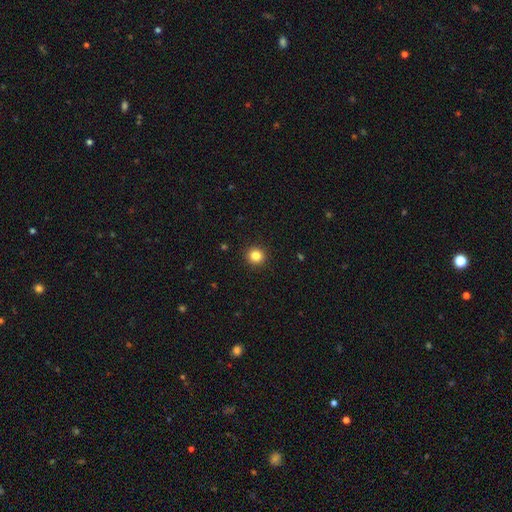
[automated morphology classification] smooth_or_featured: smooth (p=0.84) [alt: star or artifact p=0.12]
how_rounded: round (p=0.94) [alt: in between p=0.05]
merging: none (p=0.93) [alt: minor disturbance p=0.05]